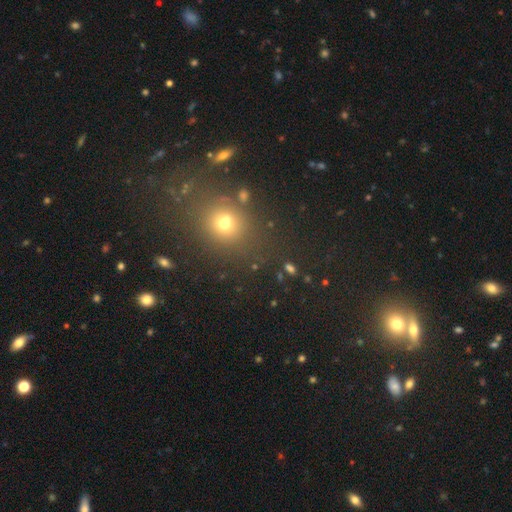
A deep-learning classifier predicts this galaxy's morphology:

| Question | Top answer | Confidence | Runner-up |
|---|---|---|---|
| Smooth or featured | smooth | 56% | star or artifact (35%) |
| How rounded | round | 70% | in between (29%) |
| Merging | none | 81% | minor disturbance (9%) |